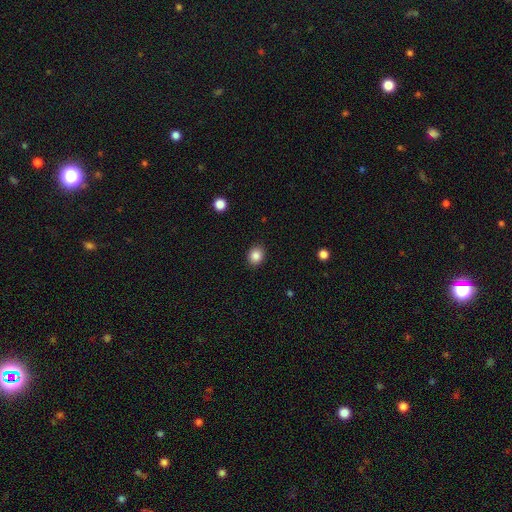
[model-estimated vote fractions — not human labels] Q: Smooth or featured?
A: smooth (86%); runner-up: star or artifact (10%)
Q: How rounded?
A: round (57%); runner-up: in between (42%)
Q: Merging?
A: none (89%); runner-up: minor disturbance (8%)